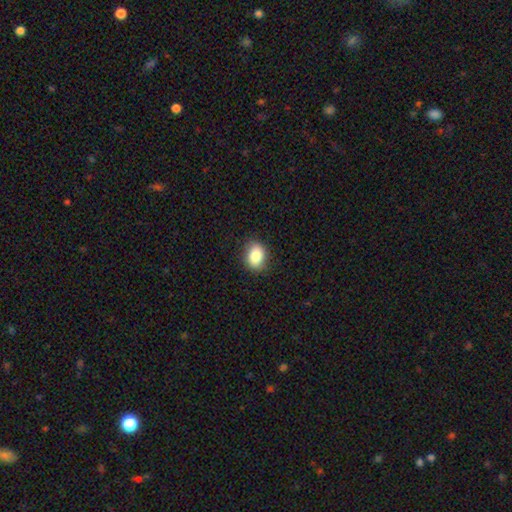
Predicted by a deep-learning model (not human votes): This is clearly a smooth galaxy (85%). How rounded: likely in between (65%). Merging: clearly none (85%).